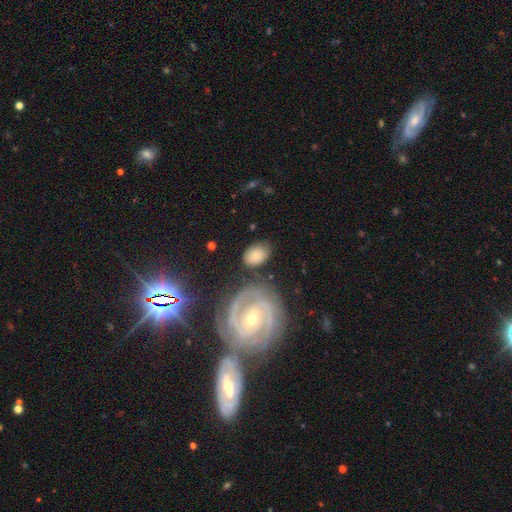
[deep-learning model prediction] Q: Smooth or featured?
A: smooth (66%); runner-up: featured or disk (27%)
Q: How rounded?
A: in between (80%); runner-up: round (19%)
Q: Merging?
A: none (67%); runner-up: minor disturbance (18%)